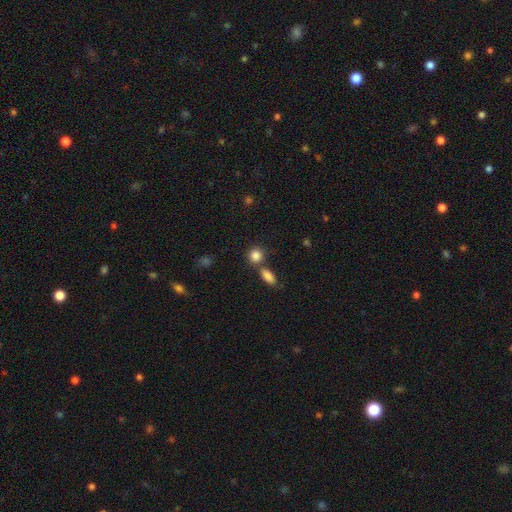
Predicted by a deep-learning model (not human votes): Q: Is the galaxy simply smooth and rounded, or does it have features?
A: smooth — 86%.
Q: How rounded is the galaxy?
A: round — 75%.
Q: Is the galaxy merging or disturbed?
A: none — 63%.